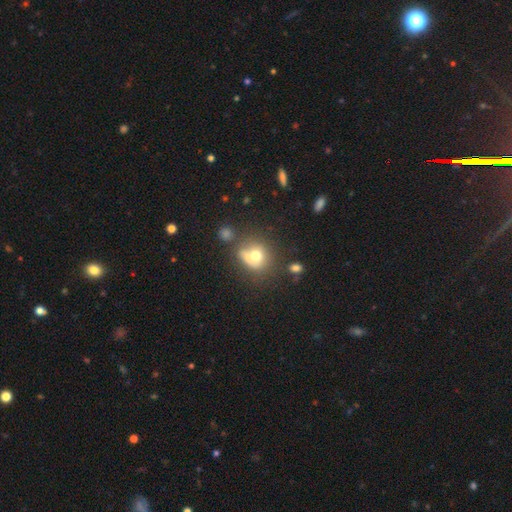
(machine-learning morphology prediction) Overall: smooth (69%). How rounded: round (74%). Merging: none (42%; merger 25%).